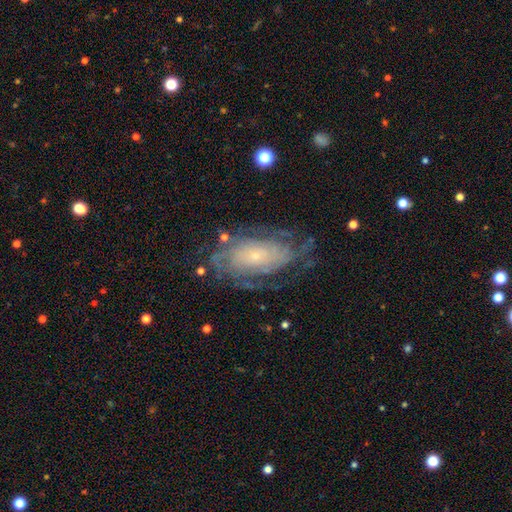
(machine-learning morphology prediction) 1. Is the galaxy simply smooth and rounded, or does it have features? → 80% featured or disk, 13% smooth, 7% star or artifact.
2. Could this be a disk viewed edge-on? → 94% no, 6% yes.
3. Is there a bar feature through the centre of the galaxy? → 78% no, 17% weak, 5% strong.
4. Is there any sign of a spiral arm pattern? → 89% yes, 11% no.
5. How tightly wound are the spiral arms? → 66% tight, 25% medium, 9% loose.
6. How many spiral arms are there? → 49% can't tell, 15% 2, 12% 4, 11% 3, 8% more than 4, 5% 1.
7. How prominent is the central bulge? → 81% small, 12% moderate, 3% none, 3% large, 1% dominant.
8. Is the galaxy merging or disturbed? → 67% none, 19% minor disturbance, 12% major disturbance, 2% merger.